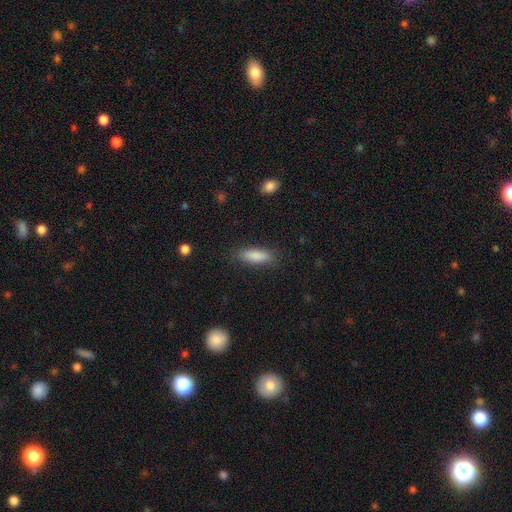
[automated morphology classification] Smooth or featured? Predicted: smooth (p=0.85). How rounded? Predicted: in between (p=0.51). Merging? Predicted: none (p=0.85).